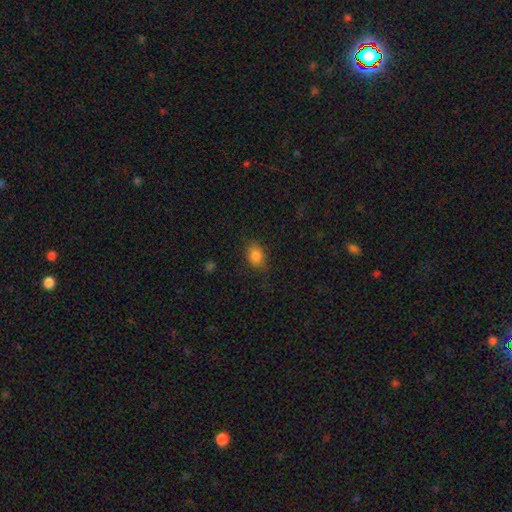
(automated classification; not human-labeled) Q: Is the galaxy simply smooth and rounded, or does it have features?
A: smooth — 83%.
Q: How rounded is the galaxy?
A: in between — 65%.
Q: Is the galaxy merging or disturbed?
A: none — 78%.